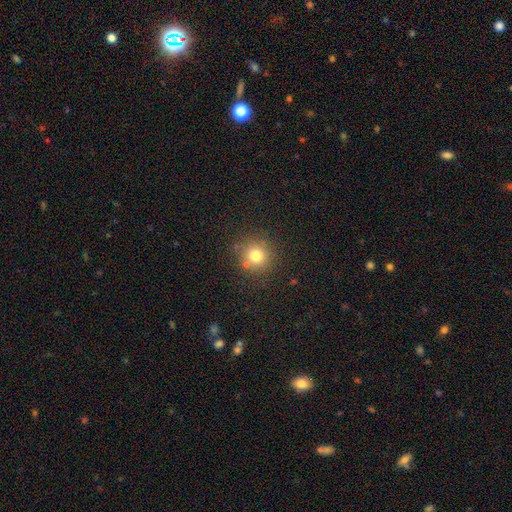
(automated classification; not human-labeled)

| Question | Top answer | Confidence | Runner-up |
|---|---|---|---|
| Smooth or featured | smooth | 77% | star or artifact (15%) |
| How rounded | round | 92% | in between (7%) |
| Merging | none | 79% | minor disturbance (10%) |